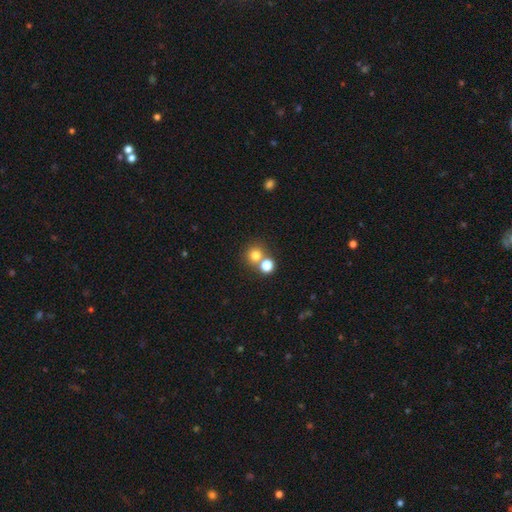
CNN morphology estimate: smooth 76%, star or artifact 15%, featured or disk 9%. Down the decision tree: how rounded — round (89%); merging — none (57%).